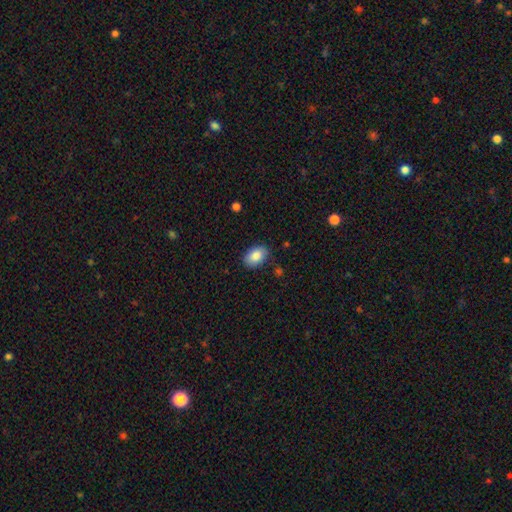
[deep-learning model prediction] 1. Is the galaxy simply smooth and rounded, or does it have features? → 86% smooth, 7% star or artifact, 6% featured or disk.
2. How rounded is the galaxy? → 86% in between, 13% round, 1% cigar-shaped.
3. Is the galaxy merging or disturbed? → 82% none, 13% minor disturbance, 3% major disturbance, 2% merger.